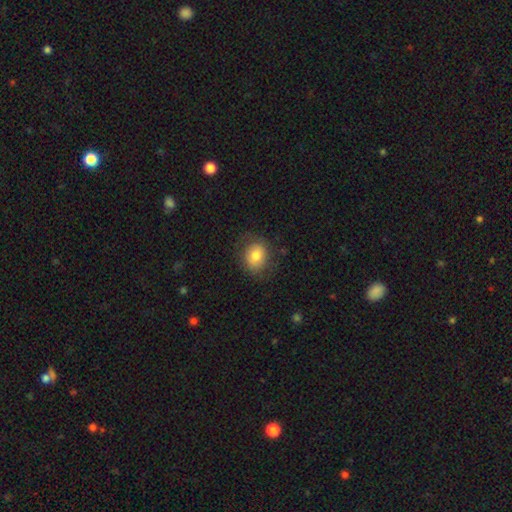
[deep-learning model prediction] Morphology: type=smooth (77%); roundness=round (54%); merging=none (73%).